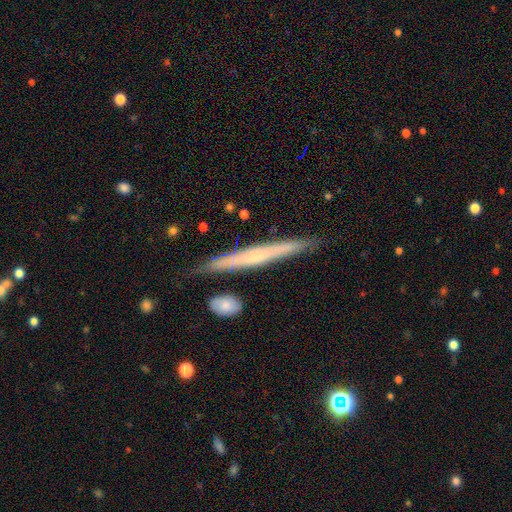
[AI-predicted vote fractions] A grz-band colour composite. It shows a featured or disk galaxy (57%) viewed edge-on (95%) with no central bulge (67%). Merging: none (83%).